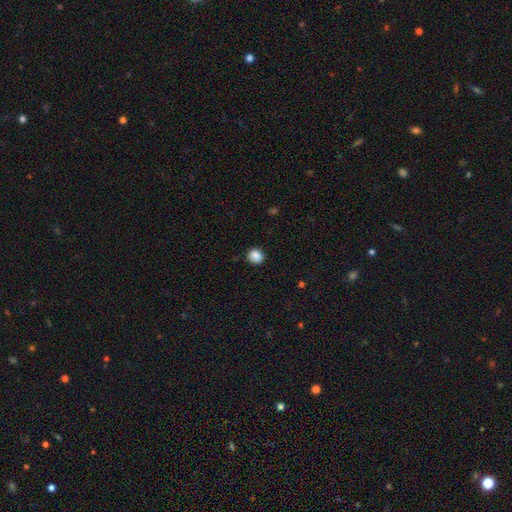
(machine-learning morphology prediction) Smooth or featured? smooth (87%)
How rounded? round (75%)
Merging? none (85%)